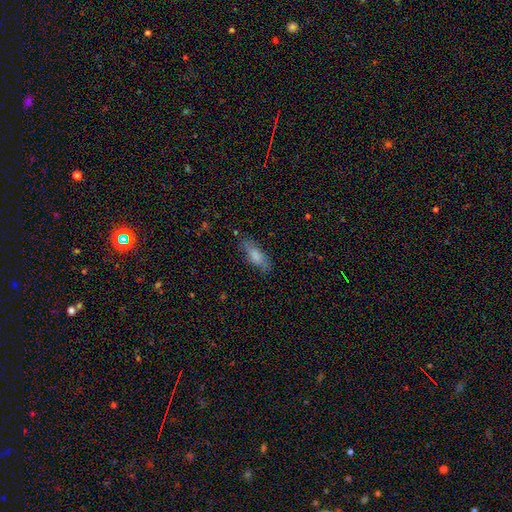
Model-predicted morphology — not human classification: Smooth or featured? Predicted: smooth (p=0.76). How rounded? Predicted: in between (p=0.69). Merging? Predicted: none (p=0.71).